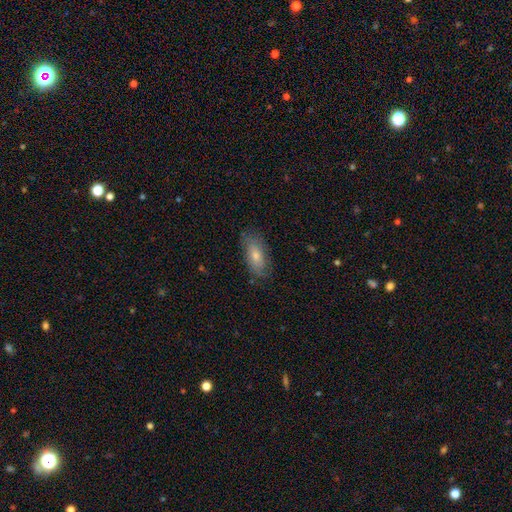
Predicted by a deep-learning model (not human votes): smooth-or-featured: smooth: 70% | featured or disk: 23% | star or artifact: 7%
  how-rounded: in between: 87% | cigar-shaped: 9% | round: 3%
  merging: none: 76% | minor disturbance: 18% | major disturbance: 5% | merger: 1%